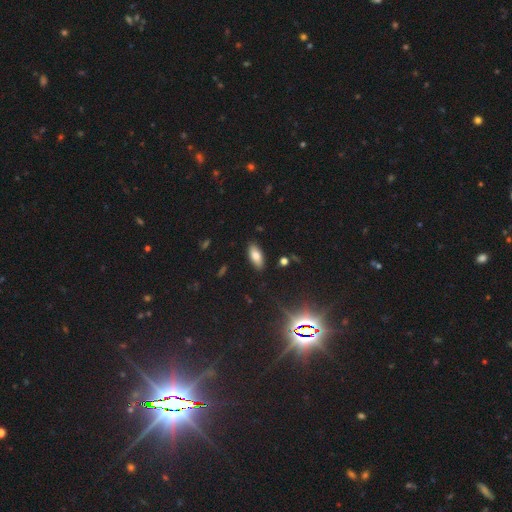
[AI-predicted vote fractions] Smooth or featured? Predicted: smooth (p=0.77). How rounded? Predicted: in between (p=0.85). Merging? Predicted: none (p=0.87).